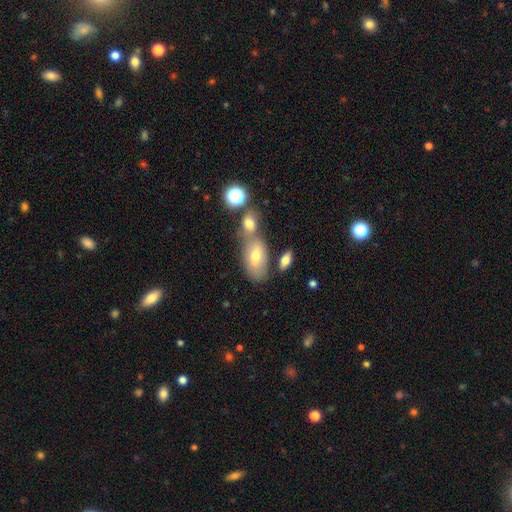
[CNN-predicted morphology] Smooth or featured? smooth (65%)
How rounded? in between (88%)
Merging? none (47%)